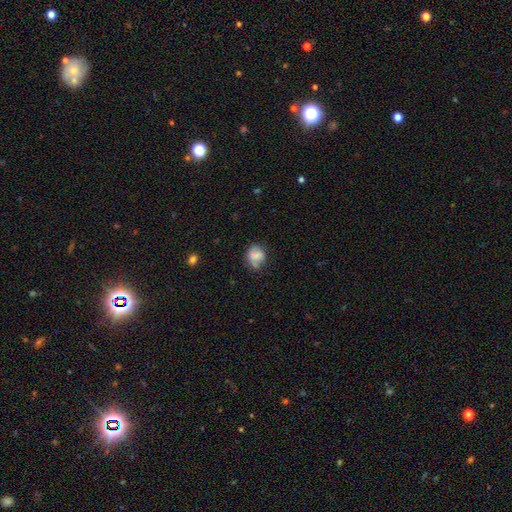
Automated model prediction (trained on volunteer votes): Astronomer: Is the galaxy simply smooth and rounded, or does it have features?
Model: smooth — 74%.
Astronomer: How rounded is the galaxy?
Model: round — 65%.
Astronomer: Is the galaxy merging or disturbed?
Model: none — 56%.